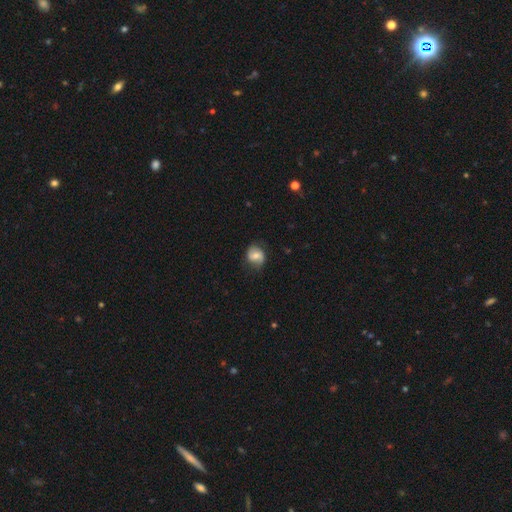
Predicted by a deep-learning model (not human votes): A featured or disk galaxy (47%). Merging: none (73%).